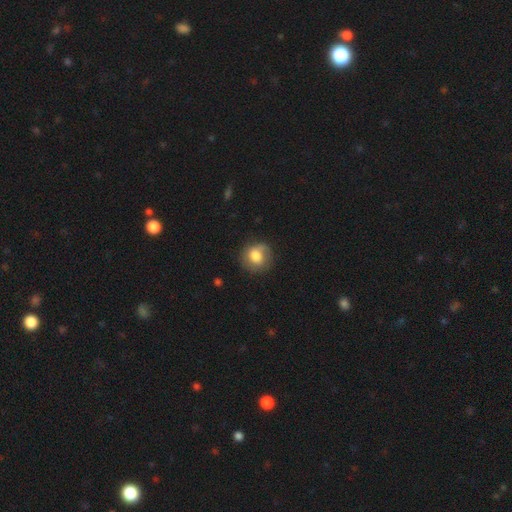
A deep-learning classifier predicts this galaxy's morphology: This is likely a smooth galaxy (67%). How rounded: clearly round (81%). Merging: likely none (69%).